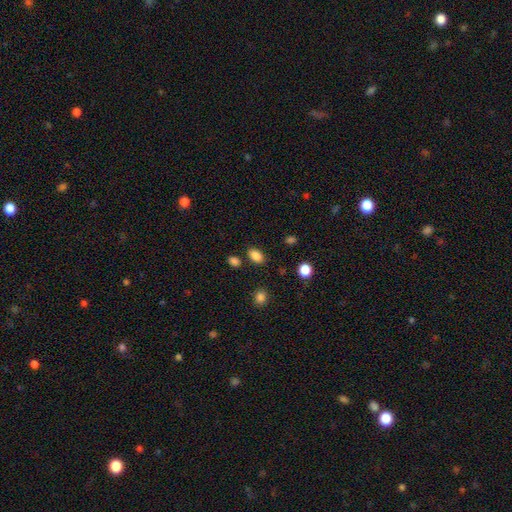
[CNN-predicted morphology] smooth 86%, star or artifact 10%, featured or disk 4%. Down the decision tree: how rounded — in between (84%); merging — none (81%).